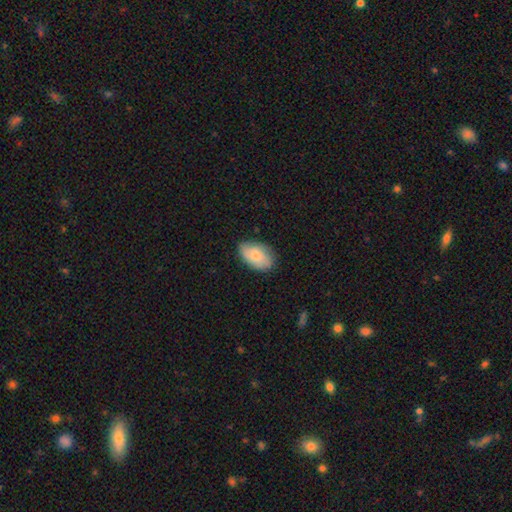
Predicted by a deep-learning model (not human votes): A smooth galaxy with no disk features (74%) that is in between round and cigar-shaped (90%). Merging: none (77%).